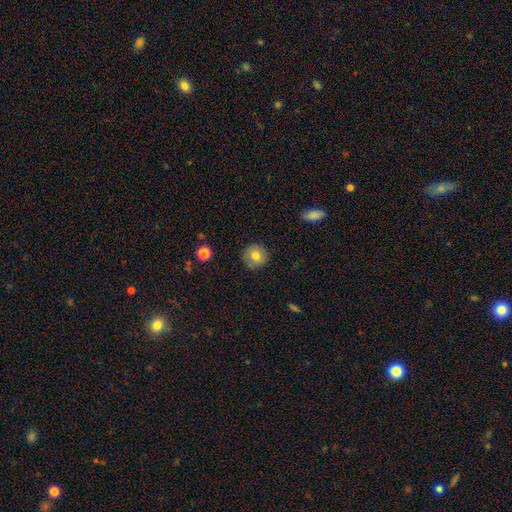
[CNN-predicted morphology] Smooth or featured? Predicted: smooth (p=0.79). How rounded? Predicted: round (p=0.94). Merging? Predicted: none (p=0.89).